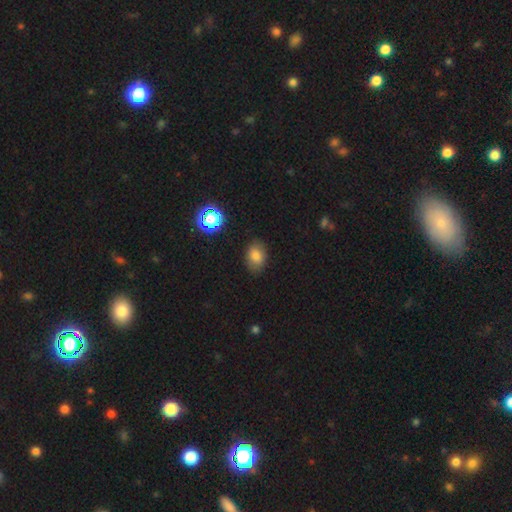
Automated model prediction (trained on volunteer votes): This appears to be a smooth galaxy with no disk features (80%) that is in between round and cigar-shaped (75%). Merging: none (80%).